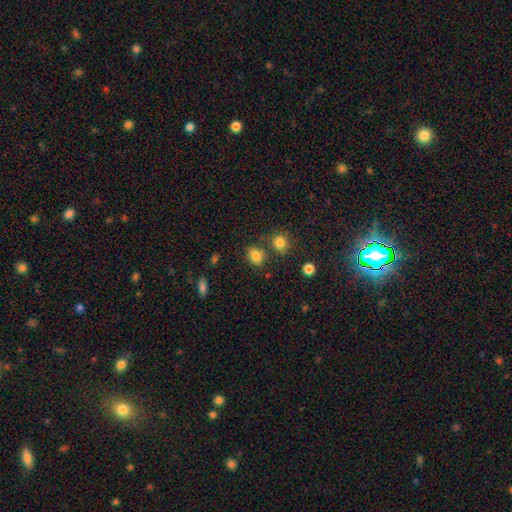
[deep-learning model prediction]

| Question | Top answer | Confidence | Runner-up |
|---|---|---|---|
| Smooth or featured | smooth | 82% | star or artifact (12%) |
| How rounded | round | 56% | in between (43%) |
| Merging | none | 72% | minor disturbance (12%) |